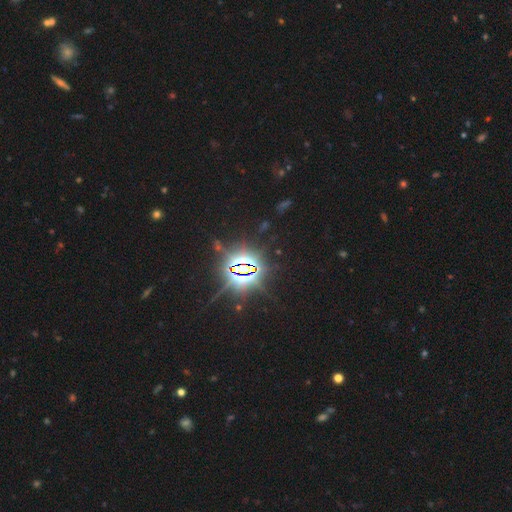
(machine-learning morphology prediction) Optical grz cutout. It shows a star or artifact, not a galaxy (86%).